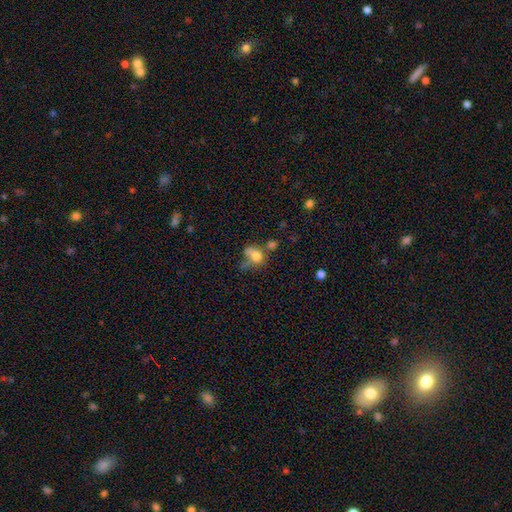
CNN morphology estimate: Smooth or featured? Predicted: smooth (p=0.73). How rounded? Predicted: round (p=0.57). Merging? Predicted: merger (p=0.32, tied with none).